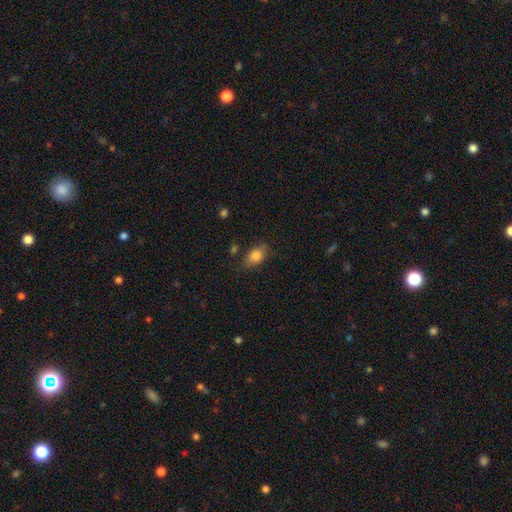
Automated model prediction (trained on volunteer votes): A smooth galaxy with no disk features (79%) that is in between round and cigar-shaped (77%).

Vote fractions:
- Smooth or featured? smooth: 79% / featured or disk: 12% / star or artifact: 9%
- How rounded? in between: 77% / round: 19% / cigar-shaped: 4%
- Merging? none: 67% / minor disturbance: 23% / major disturbance: 6% / merger: 3%